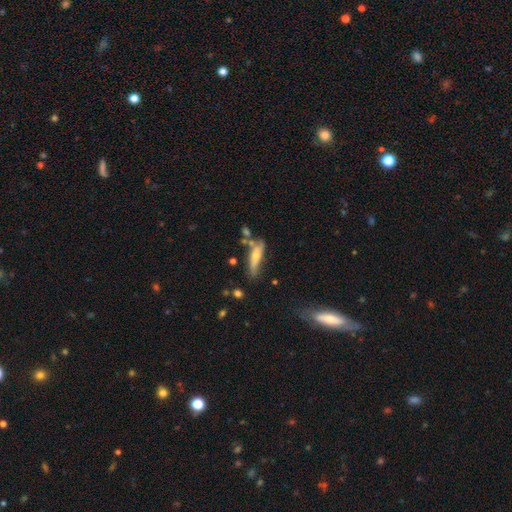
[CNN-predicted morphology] Smooth or featured? smooth (58%)
How rounded? cigar-shaped (66%)
Merging? none (49%)